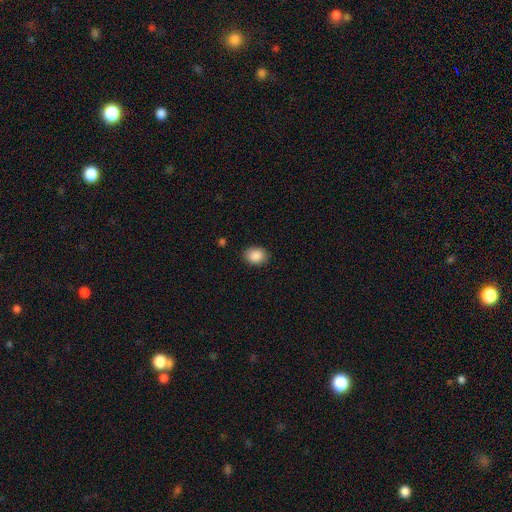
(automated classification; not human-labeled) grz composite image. It shows a smooth galaxy with no disk features (89%) that is in between round and cigar-shaped (52%). Merging: none (86%).